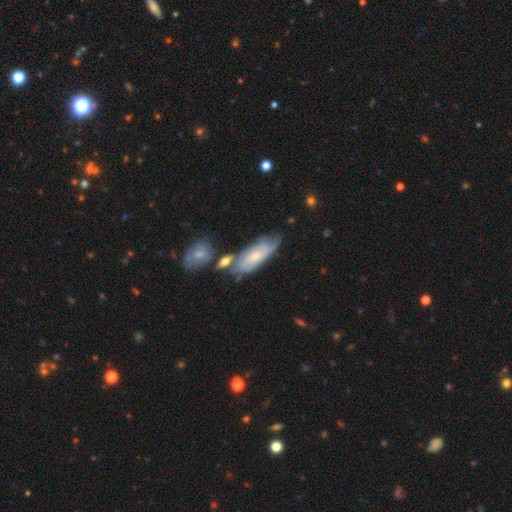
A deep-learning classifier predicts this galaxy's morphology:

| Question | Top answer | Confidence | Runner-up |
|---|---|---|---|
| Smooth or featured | featured or disk | 54% | smooth (40%) |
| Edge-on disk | no | 85% | yes (15%) |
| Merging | none | 48% | merger (22%) |